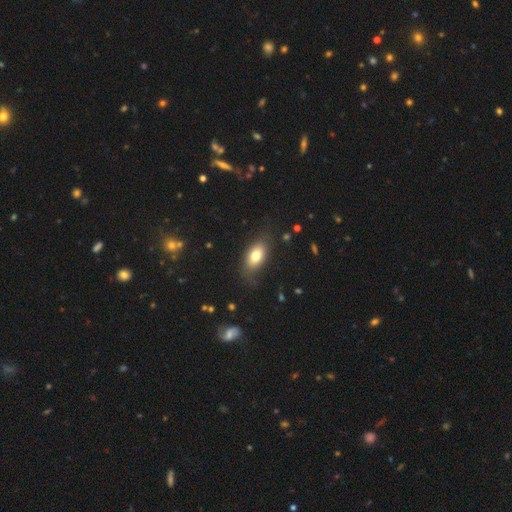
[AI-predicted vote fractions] Q: Smooth or featured?
A: smooth (75%); runner-up: featured or disk (17%)
Q: How rounded?
A: in between (88%); runner-up: round (7%)
Q: Merging?
A: none (74%); runner-up: minor disturbance (18%)